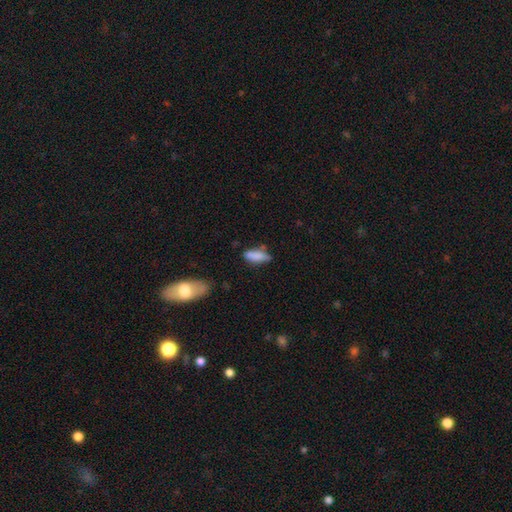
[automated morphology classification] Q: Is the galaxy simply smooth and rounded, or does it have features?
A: smooth — 81%.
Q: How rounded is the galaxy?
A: in between — 59%.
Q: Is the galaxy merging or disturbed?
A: none — 61%.